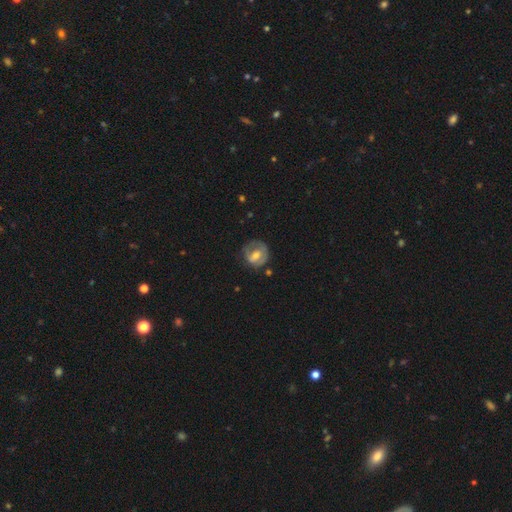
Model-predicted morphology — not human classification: Smooth or featured? featured or disk (50%)
Merging? none (62%)